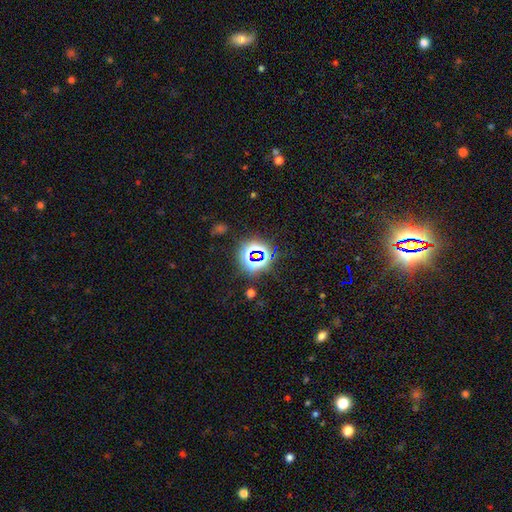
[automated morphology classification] This is likely a star or artifact rather than a galaxy (74%).